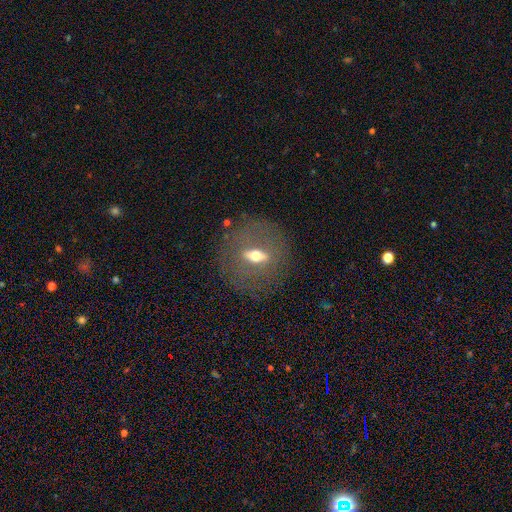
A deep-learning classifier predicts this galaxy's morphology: Smooth or featured? Predicted: featured or disk (p=0.65). Edge-on disk? Predicted: no (p=0.53). Merging? Predicted: none (p=0.81).